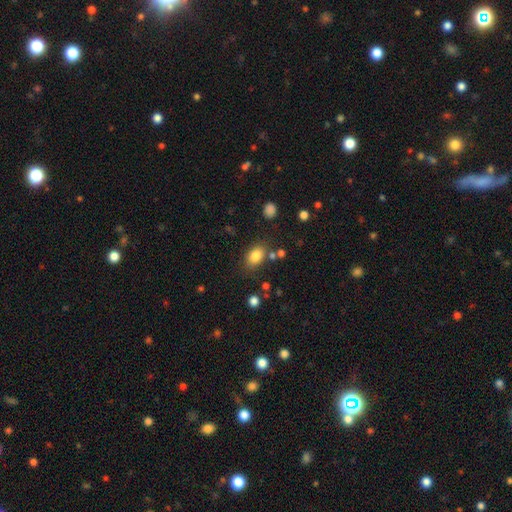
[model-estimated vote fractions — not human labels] A smooth galaxy with no disk features (84%) that is in between round and cigar-shaped (80%).

Vote fractions:
- Smooth or featured? smooth: 84% / star or artifact: 9% / featured or disk: 7%
- How rounded? in between: 80% / round: 19% / cigar-shaped: 2%
- Merging? none: 74% / minor disturbance: 14% / merger: 6% / major disturbance: 5%